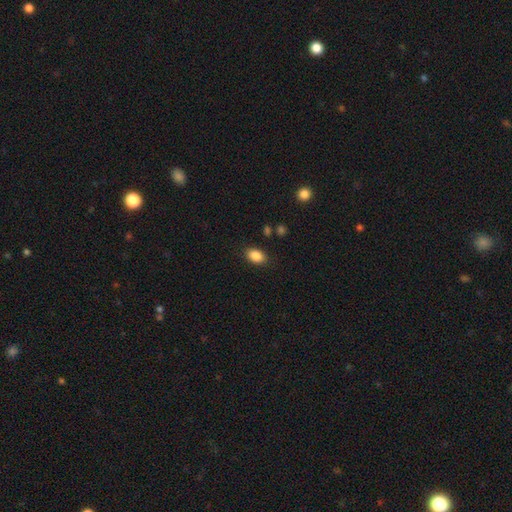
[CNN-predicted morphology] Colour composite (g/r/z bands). It shows a smooth galaxy with no disk features (87%) that is in between round and cigar-shaped (86%). Merging: none (86%).